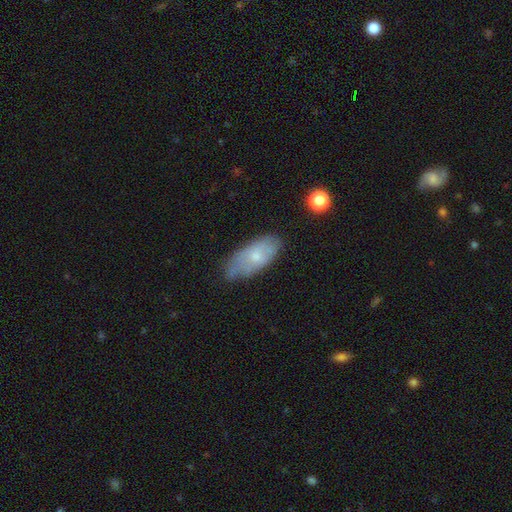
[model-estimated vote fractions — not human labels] Smooth or featured? smooth (62%)
How rounded? in between (87%)
Merging? none (59%)